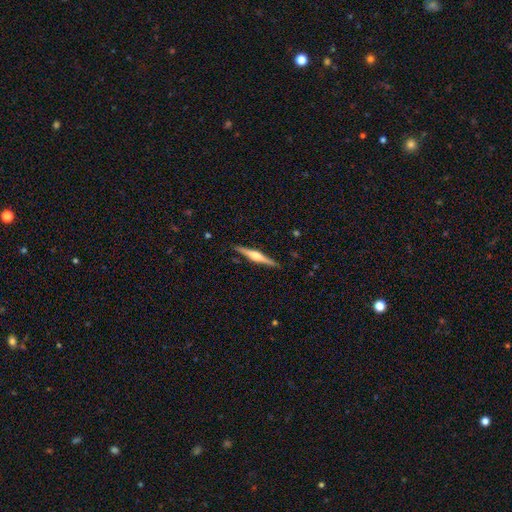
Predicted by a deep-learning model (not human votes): featured or disk 73%, smooth 22%, star or artifact 5%. Down the decision tree: edge-on disk — yes (98%); edge-on bulge — rounded (86%); merging — none (90%).